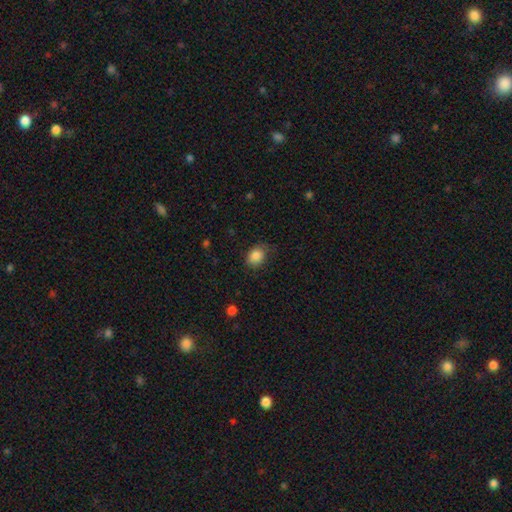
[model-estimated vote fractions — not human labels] smooth-or-featured: smooth: 85% | star or artifact: 9% | featured or disk: 6%
  how-rounded: in between: 57% | round: 42% | cigar-shaped: 1%
  merging: none: 74% | minor disturbance: 20% | major disturbance: 5% | merger: 1%